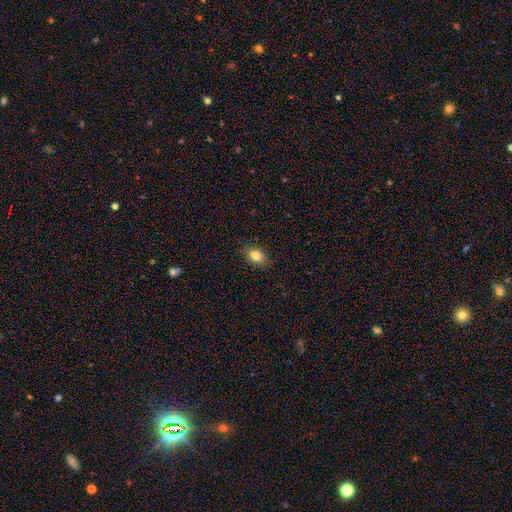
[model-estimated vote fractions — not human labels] Smooth or featured? smooth (82%)
How rounded? in between (81%)
Merging? none (85%)